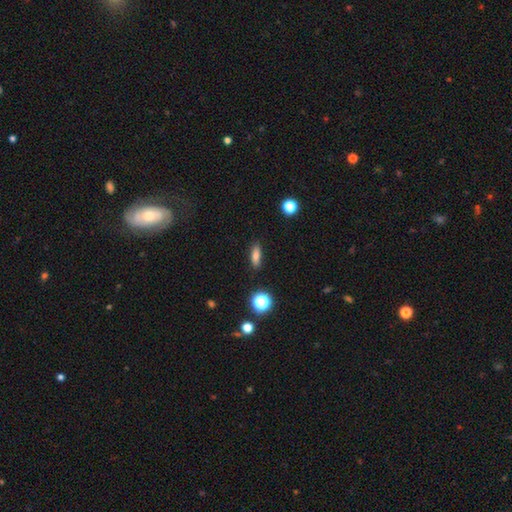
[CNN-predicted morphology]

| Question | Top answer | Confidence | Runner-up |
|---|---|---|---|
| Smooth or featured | smooth | 73% | featured or disk (16%) |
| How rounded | in between | 54% | cigar-shaped (40%) |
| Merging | none | 86% | minor disturbance (10%) |